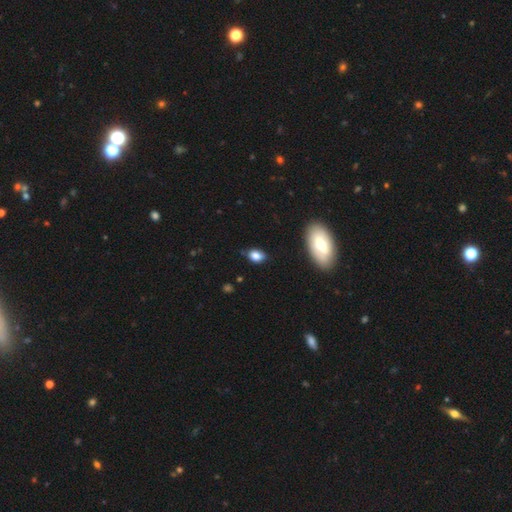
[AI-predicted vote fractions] This appears to be a smooth galaxy with no disk features (79%) that is in between round and cigar-shaped (82%). Merging: none (71%).